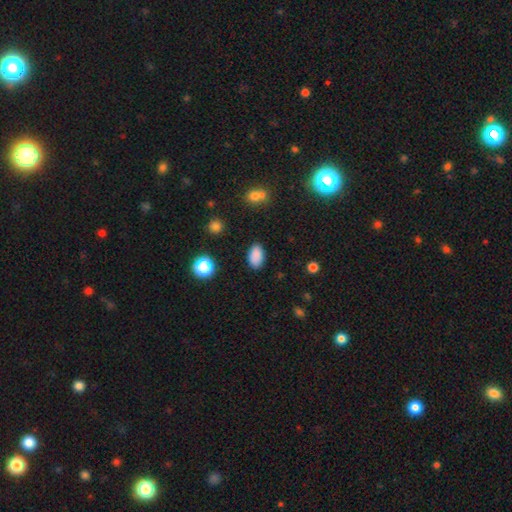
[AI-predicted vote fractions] Morphology: type=smooth (87%); roundness=in between (92%); merging=none (86%).